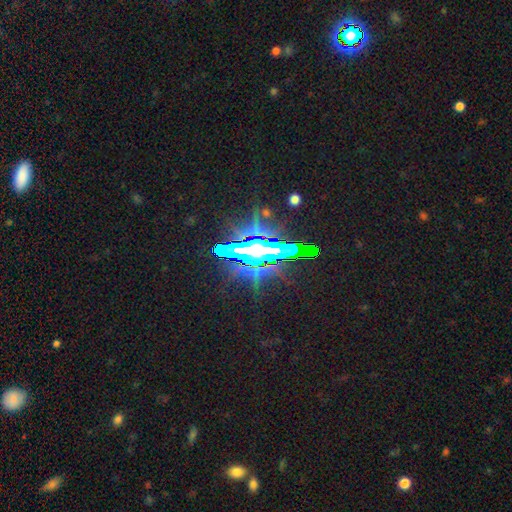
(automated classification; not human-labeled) Q: Smooth or featured?
A: star or artifact (67%); runner-up: featured or disk (18%)